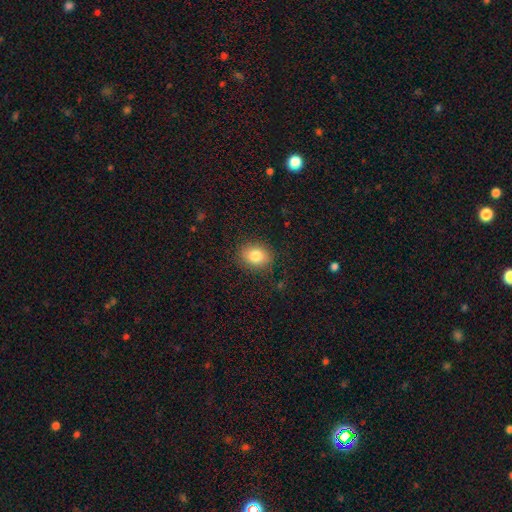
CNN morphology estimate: A smooth galaxy with no disk features (82%) that is round (52%).

Vote fractions:
- Smooth or featured? smooth: 82% / star or artifact: 10% / featured or disk: 8%
- How rounded? round: 52% / in between: 47% / cigar-shaped: 1%
- Merging? none: 86% / minor disturbance: 10% / major disturbance: 3% / merger: 1%